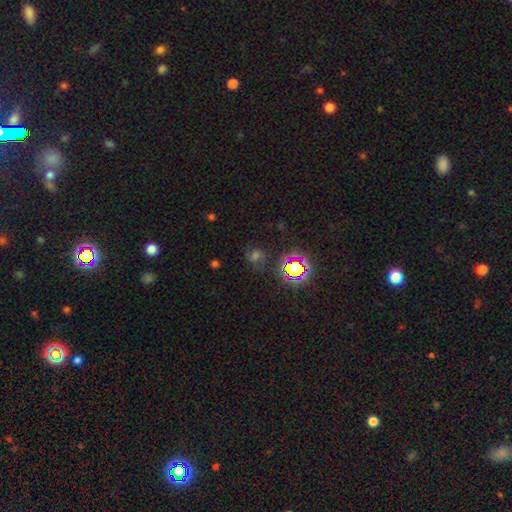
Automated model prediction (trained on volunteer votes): Overall: star or artifact (45%; smooth 40%).